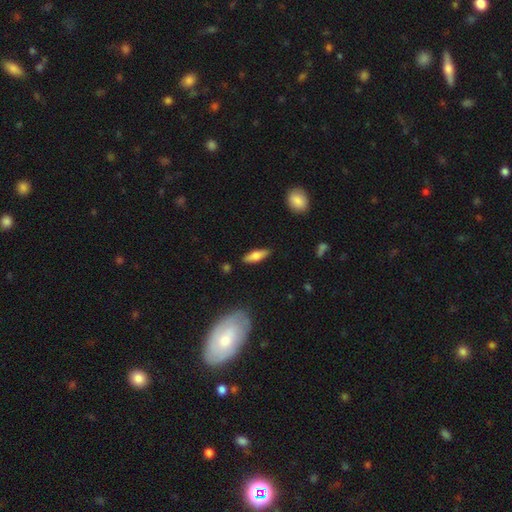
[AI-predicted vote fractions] smooth-or-featured: smooth: 67% | featured or disk: 27% | star or artifact: 6%
  how-rounded: in between: 52% | cigar-shaped: 46% | round: 2%
  merging: none: 86% | minor disturbance: 10% | major disturbance: 2% | merger: 2%